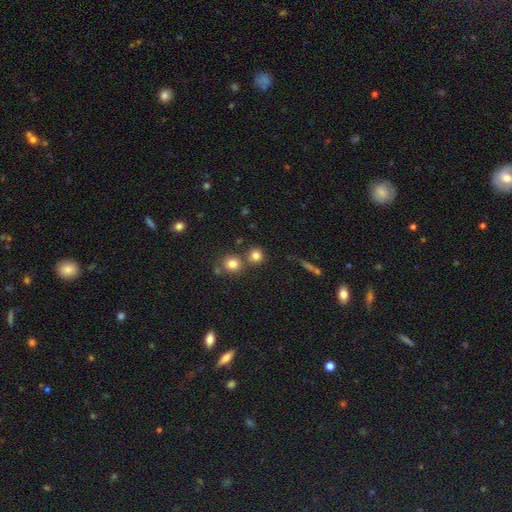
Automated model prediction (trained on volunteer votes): smooth-or-featured: smooth: 80% | star or artifact: 13% | featured or disk: 7%
  how-rounded: round: 89% | in between: 10% | cigar-shaped: 1%
  merging: none: 69% | merger: 21% | minor disturbance: 7% | major disturbance: 3%